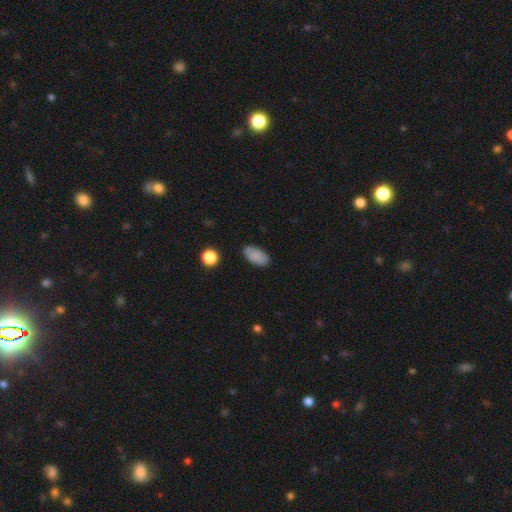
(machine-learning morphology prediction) A smooth galaxy with no disk features (85%) that is in between round and cigar-shaped (93%). Merging: none (84%).